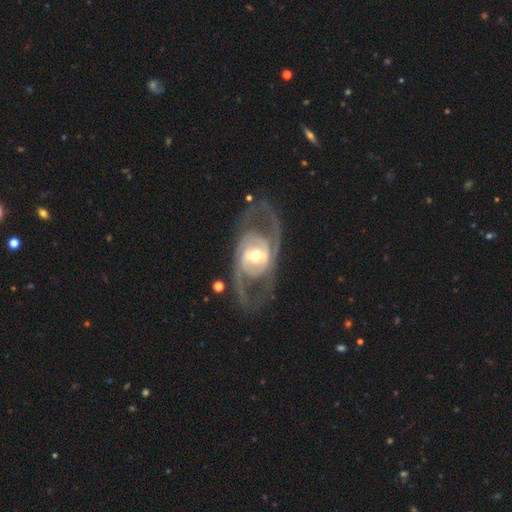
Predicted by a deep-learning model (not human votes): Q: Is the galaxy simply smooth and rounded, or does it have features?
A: featured or disk — 88%.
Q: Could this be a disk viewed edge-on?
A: no — 95%.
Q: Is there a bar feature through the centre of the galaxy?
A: weak — 40%.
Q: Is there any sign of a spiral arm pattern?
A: yes — 87%.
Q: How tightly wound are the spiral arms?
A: medium — 50%.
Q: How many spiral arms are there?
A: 2 — 80%.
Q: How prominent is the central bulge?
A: moderate — 54%.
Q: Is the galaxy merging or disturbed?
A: none — 70%.